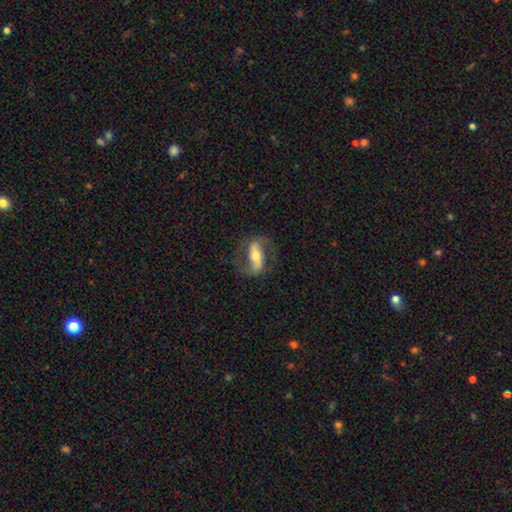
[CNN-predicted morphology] smooth_or_featured: featured or disk (p=0.77) [alt: smooth p=0.16]
disk_edge_on: no (p=0.91) [alt: yes p=0.09]
bar: strong (p=0.58) [alt: weak p=0.25]
has_spiral_arms: yes (p=0.90) [alt: no p=0.10]
spiral_winding: medium (p=0.43) [alt: loose p=0.42]
spiral_arm_count: 2 (p=0.90) [alt: can't tell p=0.04]
bulge_size: moderate (p=0.61) [alt: small p=0.28]
merging: none (p=0.75) [alt: minor disturbance p=0.14]